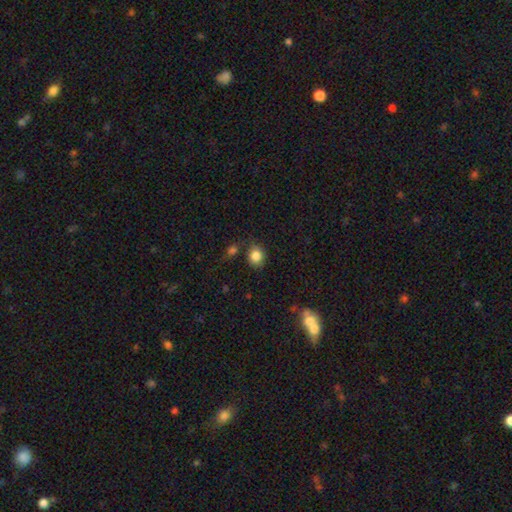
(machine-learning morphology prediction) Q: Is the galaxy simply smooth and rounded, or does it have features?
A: smooth — 84%.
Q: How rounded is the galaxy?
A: round — 64%.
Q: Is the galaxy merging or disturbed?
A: none — 72%.